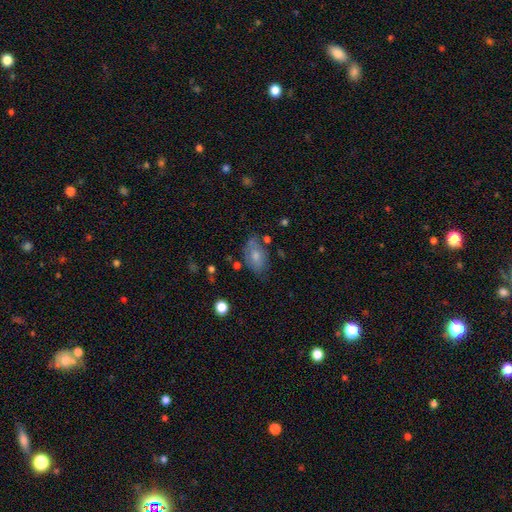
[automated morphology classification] The model was most divided on "merging": none: 63%, minor disturbance: 24%, major disturbance: 7%, merger: 5%. More confident: how rounded — in between (87%); smooth or featured — smooth (67%).